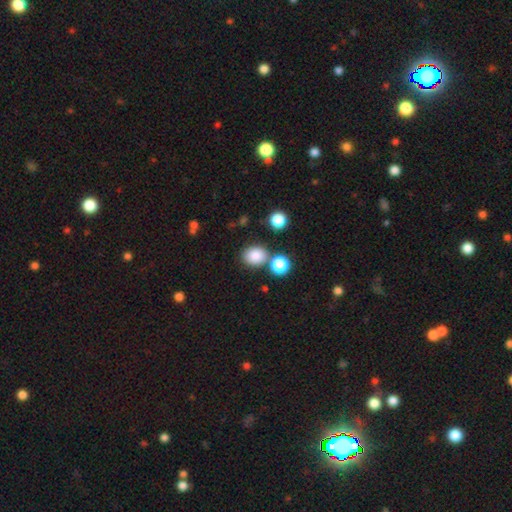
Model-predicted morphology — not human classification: Smooth or featured?
  - smooth: 83% *
  - star or artifact: 12%
  - featured or disk: 5%
How rounded?
  - round: 58% *
  - in between: 40%
  - cigar-shaped: 1%
Merging?
  - none: 73% *
  - merger: 13%
  - minor disturbance: 11%
  - major disturbance: 3%